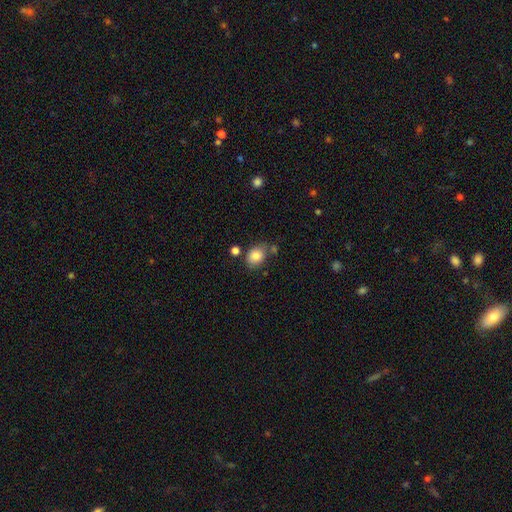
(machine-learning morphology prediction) Smooth or featured? Predicted: smooth (p=0.83). How rounded? Predicted: in between (p=0.61). Merging? Predicted: none (p=0.64).